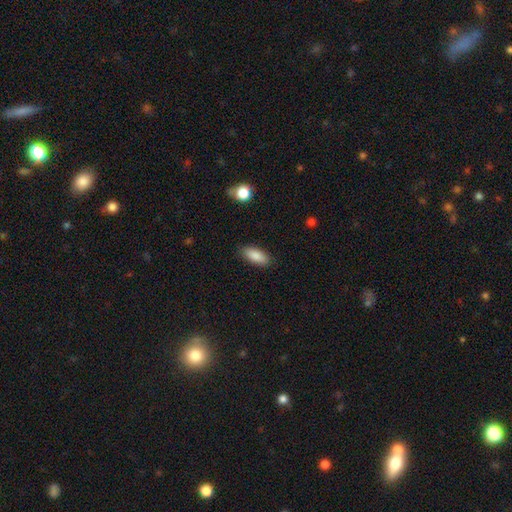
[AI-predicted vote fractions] The model was most divided on "how rounded": in between: 84%, cigar-shaped: 14%, round: 2%. More confident: smooth or featured — smooth (88%); merging — none (86%).